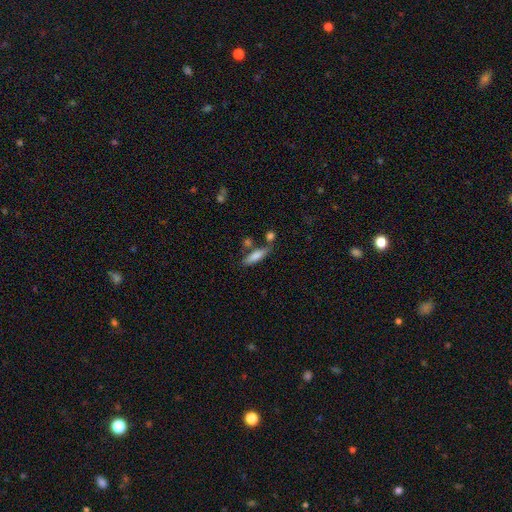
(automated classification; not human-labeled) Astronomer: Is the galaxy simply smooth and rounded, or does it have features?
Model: smooth — 74%.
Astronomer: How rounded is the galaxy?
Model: cigar-shaped — 58% (runner-up: in between, 40%).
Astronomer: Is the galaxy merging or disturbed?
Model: none — 62%.